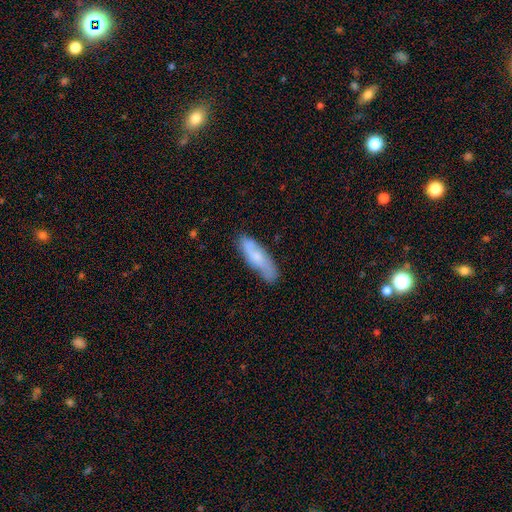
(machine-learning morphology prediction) type=smooth (61%); roundness=cigar-shaped (57%); merging=none (76%).